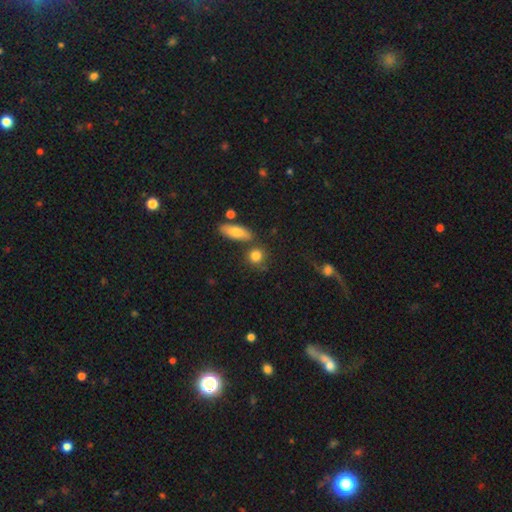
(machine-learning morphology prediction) type=smooth (83%); roundness=round (75%); merging=none (71%).